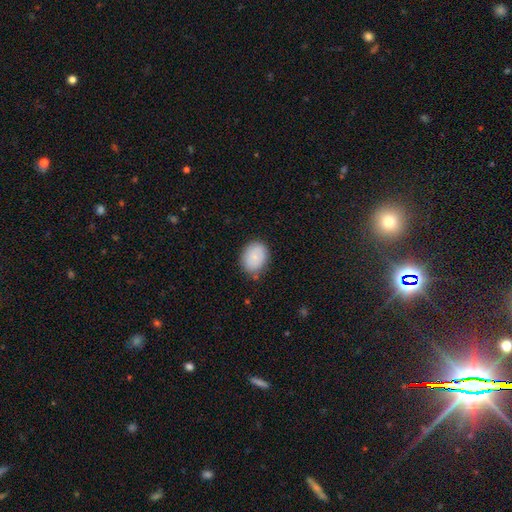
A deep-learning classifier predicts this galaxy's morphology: type=smooth (81%); roundness=in between (60%); merging=none (79%).